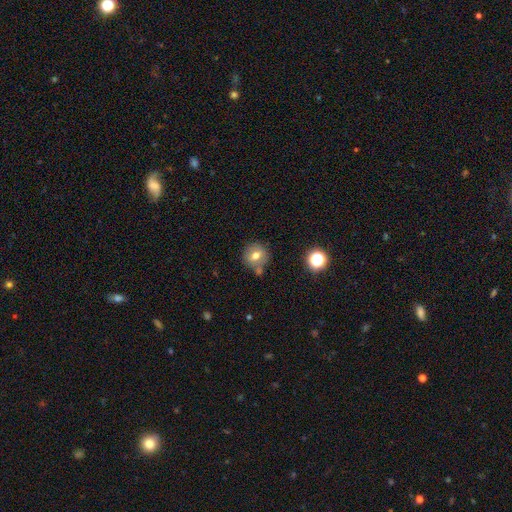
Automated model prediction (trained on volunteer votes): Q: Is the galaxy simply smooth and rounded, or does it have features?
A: smooth — 71%.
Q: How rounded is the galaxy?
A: round — 86%.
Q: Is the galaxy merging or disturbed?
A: none — 68%.